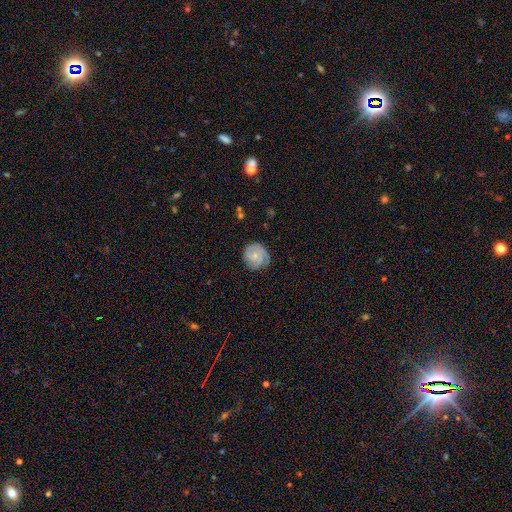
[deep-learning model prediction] Smooth or featured: featured or disk — 64% (smooth — 29%)
Edge-on disk: no — 98% (yes — 2%)
Bar: no — 77% (weak — 19%)
Spiral arms: yes — 90% (no — 10%)
Spiral winding: tight — 67% (medium — 26%)
Spiral arm count: can't tell — 28% (tied with 3 — 28%)
Bulge size: small — 64% (moderate — 31%)
Merging: none — 72% (minor disturbance — 21%)